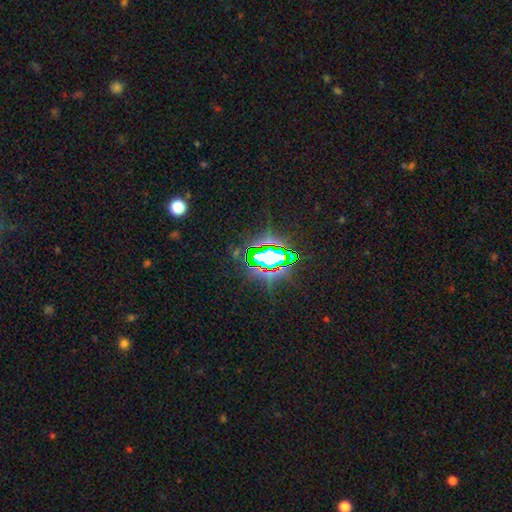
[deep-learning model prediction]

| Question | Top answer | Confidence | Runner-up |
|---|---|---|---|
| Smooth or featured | star or artifact | 83% | smooth (10%) |